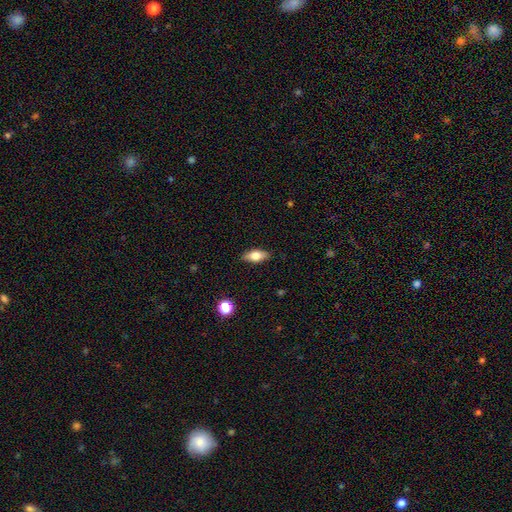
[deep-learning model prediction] A smooth galaxy with no disk features (72%) that is in between round and cigar-shaped (82%). Merging: none (86%).